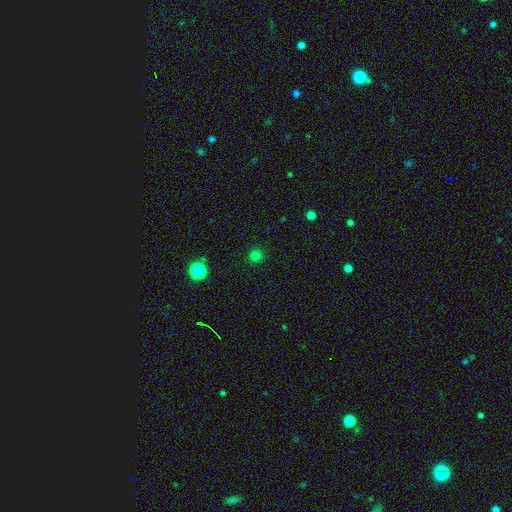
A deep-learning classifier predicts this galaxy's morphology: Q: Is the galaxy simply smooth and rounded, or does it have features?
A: smooth — 78%.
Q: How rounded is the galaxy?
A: round — 95%.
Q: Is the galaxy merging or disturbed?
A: none — 92%.